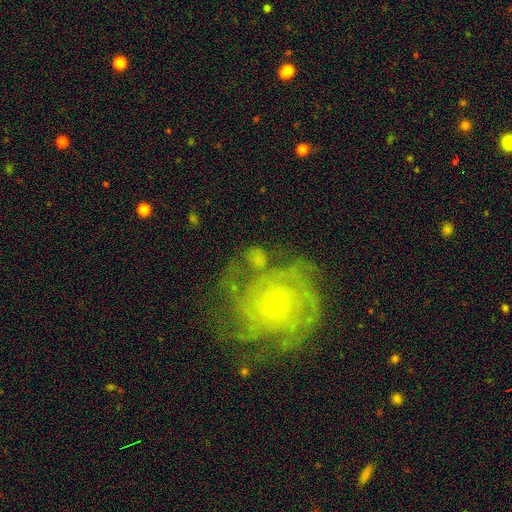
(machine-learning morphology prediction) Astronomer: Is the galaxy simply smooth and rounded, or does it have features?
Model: featured or disk — 60%.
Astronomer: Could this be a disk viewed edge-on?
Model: no — 96%.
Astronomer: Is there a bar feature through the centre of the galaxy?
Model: no — 56% (runner-up: weak, 32%).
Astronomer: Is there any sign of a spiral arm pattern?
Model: yes — 89%.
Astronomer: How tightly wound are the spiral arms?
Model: tight — 70%.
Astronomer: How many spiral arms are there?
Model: can't tell — 29% (runner-up: 2, 23%).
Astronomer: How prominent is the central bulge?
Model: small — 72%.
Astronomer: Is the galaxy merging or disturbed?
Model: none — 60%.